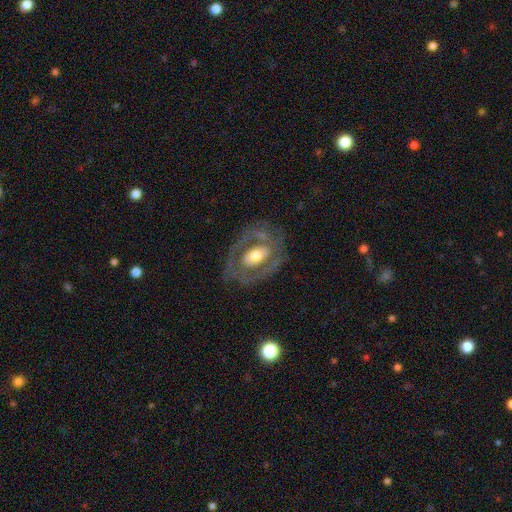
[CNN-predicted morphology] type=featured or disk (73%); edge-on=no (94%); bar=no (52%); spiral arms=yes (52%); bulge=moderate (62%); merging=none (71%).